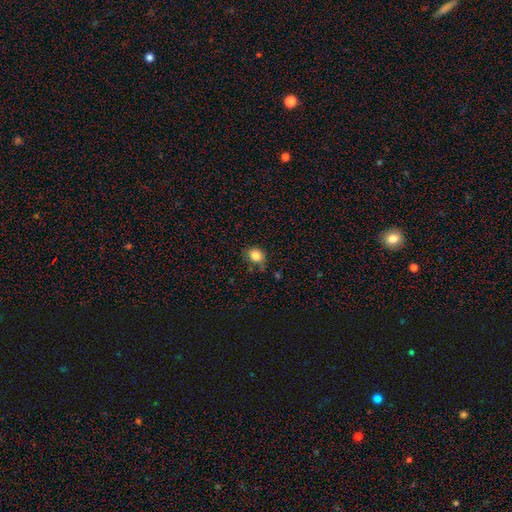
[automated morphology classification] A smooth galaxy with no disk features (84%) that is round (67%). Merging: none (74%).